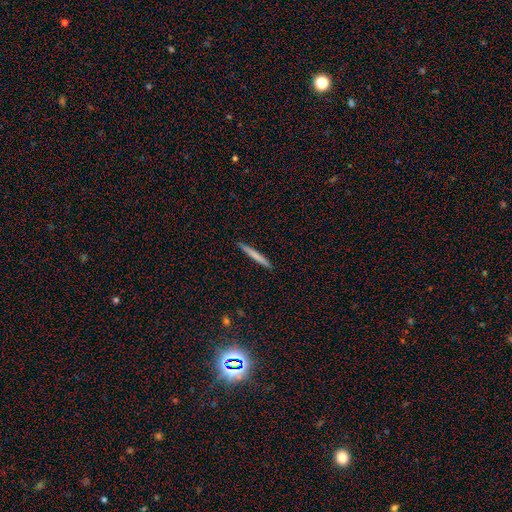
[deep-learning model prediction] Smooth or featured?
  - smooth: 70% *
  - featured or disk: 24%
  - star or artifact: 6%
How rounded?
  - cigar-shaped: 97% *
  - in between: 2%
  - round: 1%
Merging?
  - none: 90% *
  - minor disturbance: 7%
  - major disturbance: 1%
  - merger: 1%